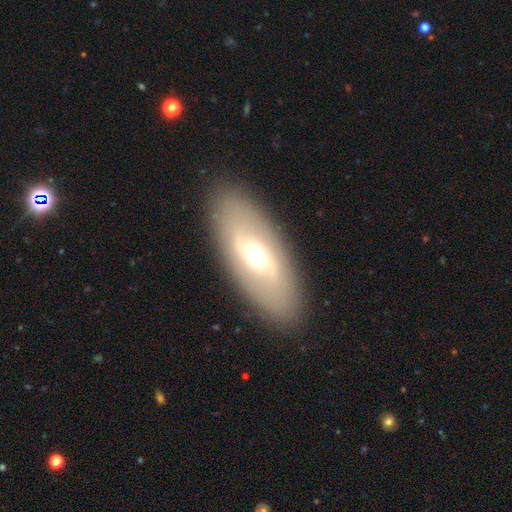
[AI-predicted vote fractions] A featured or disk galaxy (54%). Merging: none (86%).